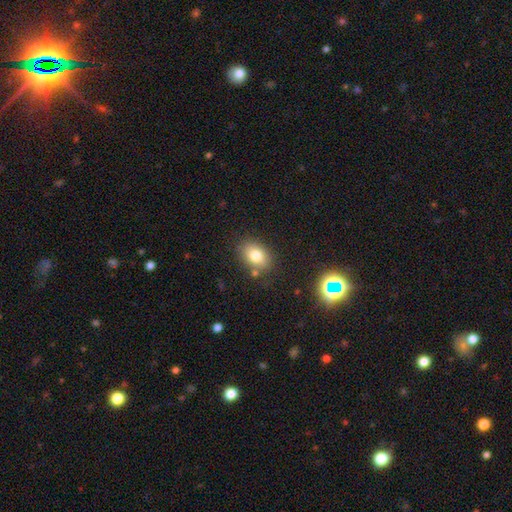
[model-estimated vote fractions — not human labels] This is likely a smooth galaxy (78%). How rounded: likely in between (73%). Merging: likely none (79%).